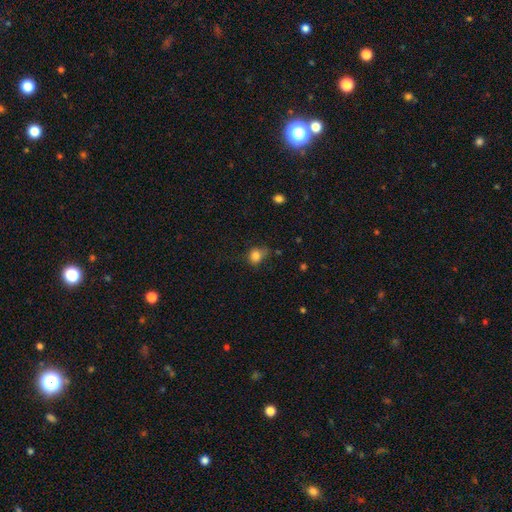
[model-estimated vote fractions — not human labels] smooth 82%, star or artifact 12%, featured or disk 7%. Down the decision tree: how rounded — round (72%); merging — none (58%).